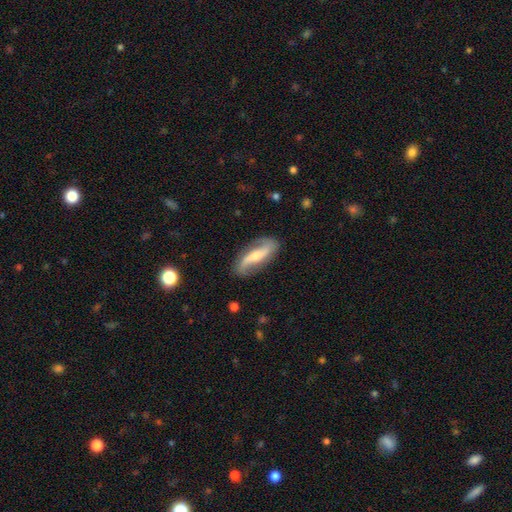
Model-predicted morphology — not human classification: A featured or disk galaxy (77%) with a strong bar (39%), 2 (90%) loose (55%) spiral arms (91%) and a moderate central bulge (49%). Merging: none (84%).